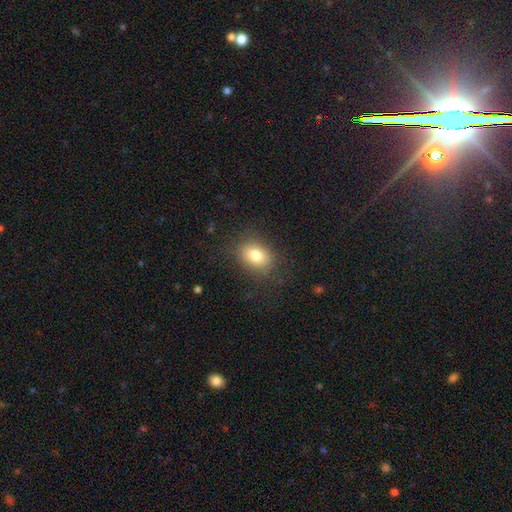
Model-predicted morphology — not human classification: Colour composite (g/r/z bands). It shows a smooth galaxy with no disk features (79%) that is in between round and cigar-shaped (66%). Merging: none (82%).